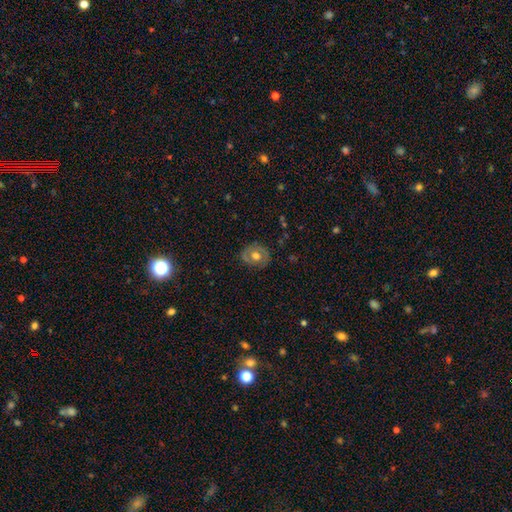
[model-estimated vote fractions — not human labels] Overall: smooth (49%; featured or disk 43%). Merging: none (79%).